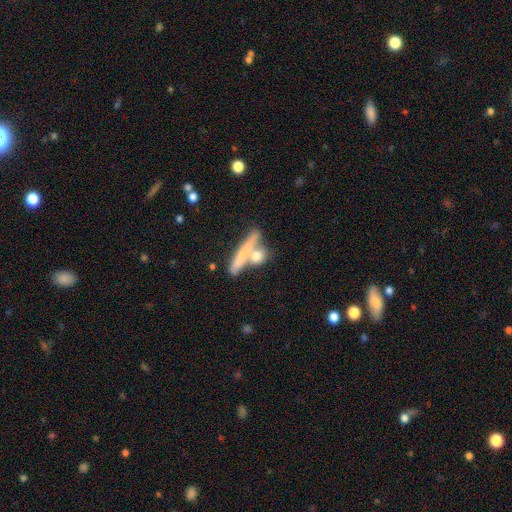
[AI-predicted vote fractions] smooth_or_featured: featured or disk (p=0.42) [alt: smooth p=0.37]
merging: none (p=0.48) [alt: merger p=0.30]